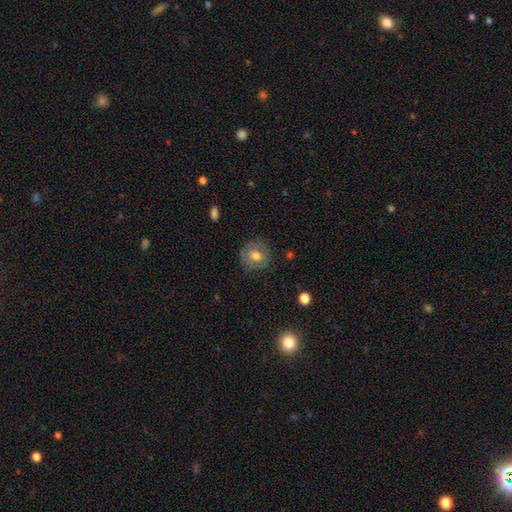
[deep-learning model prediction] Q: Smooth or featured?
A: smooth (65%); runner-up: featured or disk (27%)
Q: How rounded?
A: round (84%); runner-up: in between (15%)
Q: Merging?
A: none (80%); runner-up: minor disturbance (15%)